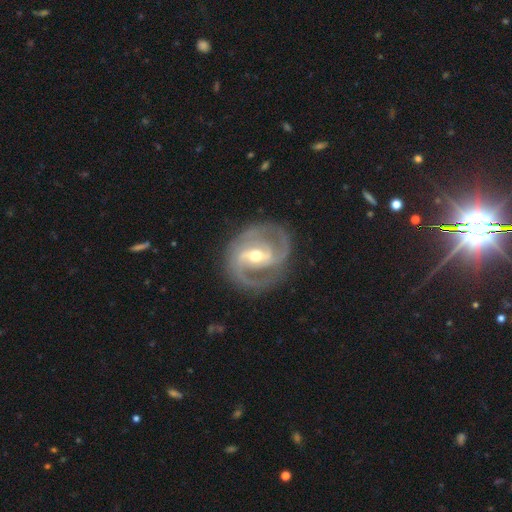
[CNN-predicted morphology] The model was most divided on "bar": strong: 43%, weak: 42%, no: 14%. More confident: edge-on disk — no (97%); spiral arms — yes (97%); smooth or featured — featured or disk (90%); merging — none (78%); spiral arm count — 2 (72%); bulge size — moderate (62%); spiral winding — medium (51%).